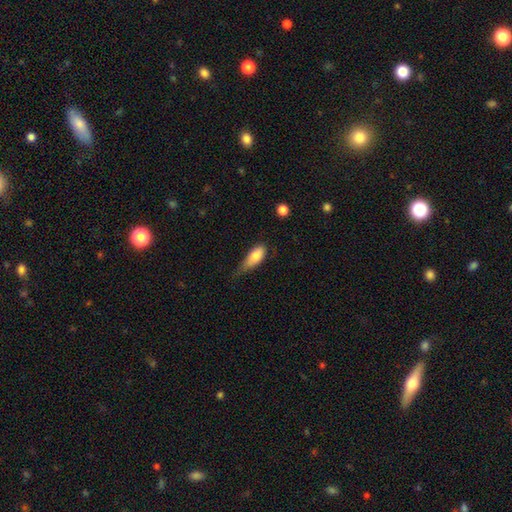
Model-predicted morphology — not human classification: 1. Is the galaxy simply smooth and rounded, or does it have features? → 78% smooth, 15% featured or disk, 7% star or artifact.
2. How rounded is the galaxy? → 79% in between, 17% cigar-shaped, 4% round.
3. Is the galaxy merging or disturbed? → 47% minor disturbance, 29% none, 21% major disturbance, 3% merger.